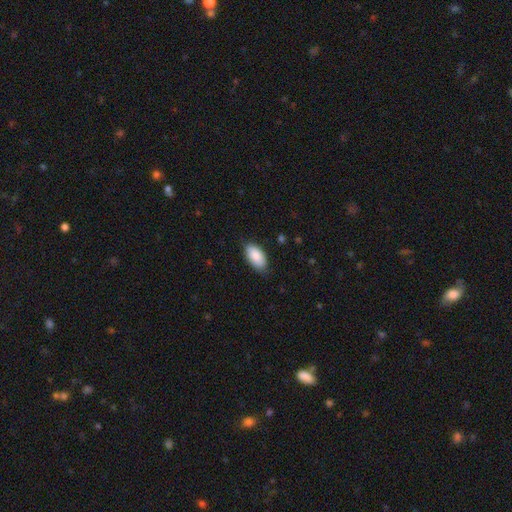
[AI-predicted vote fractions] smooth 88%, featured or disk 7%, star or artifact 6%. Down the decision tree: how rounded — in between (95%); merging — none (79%).